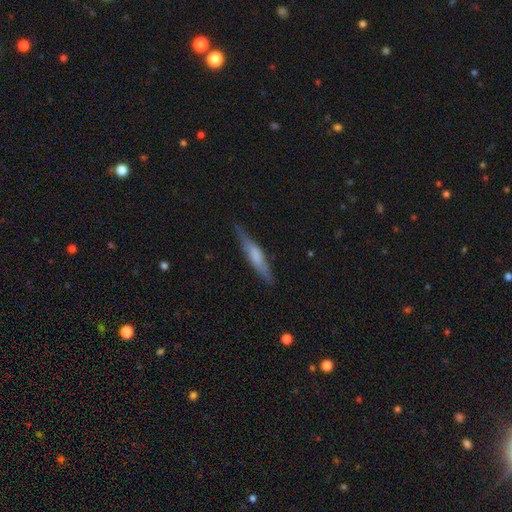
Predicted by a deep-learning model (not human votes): smooth_or_featured: smooth (p=0.50) [alt: featured or disk p=0.44]
how_rounded: cigar-shaped (p=0.86) [alt: in between p=0.12]
merging: none (p=0.82) [alt: minor disturbance p=0.14]